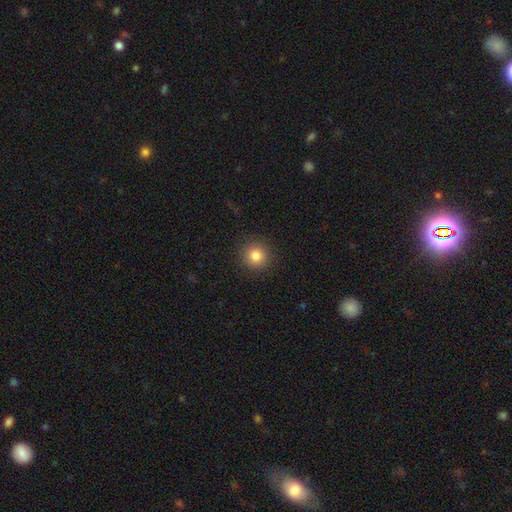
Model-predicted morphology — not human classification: type=smooth (84%); roundness=round (94%); merging=none (91%).